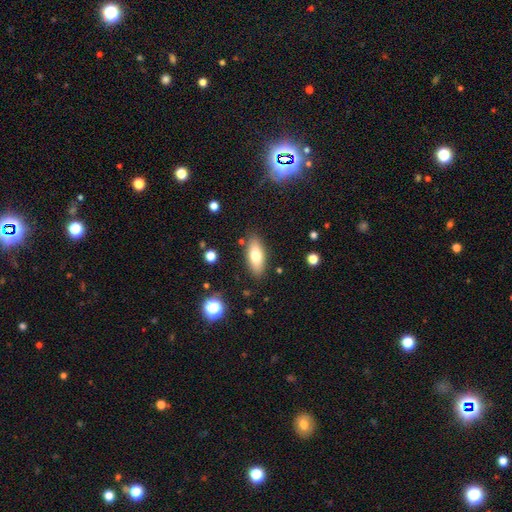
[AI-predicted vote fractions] smooth_or_featured: smooth (p=0.72) [alt: featured or disk p=0.20]
how_rounded: in between (p=0.81) [alt: cigar-shaped p=0.16]
merging: none (p=0.85) [alt: minor disturbance p=0.10]